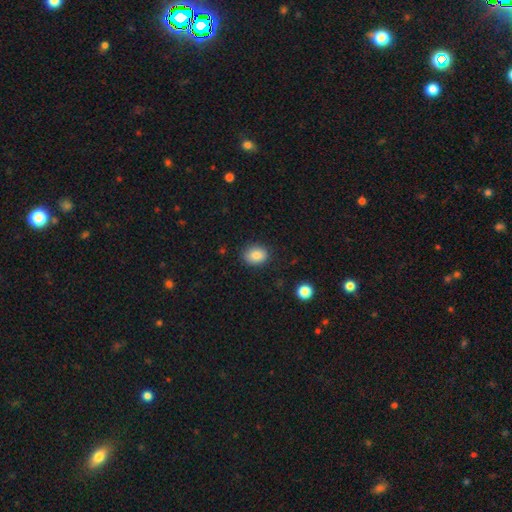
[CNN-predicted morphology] Overall: smooth (85%). How rounded: in between (51%; round 48%). Merging: none (84%).